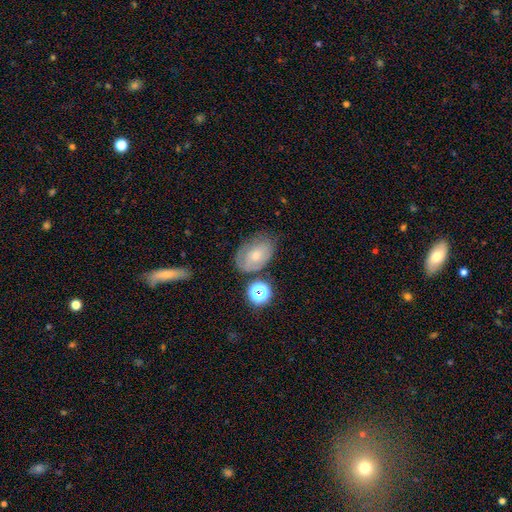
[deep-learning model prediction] smooth_or_featured: smooth (p=0.60) [alt: featured or disk p=0.28]
how_rounded: in between (p=0.81) [alt: round p=0.18]
merging: none (p=0.60) [alt: minor disturbance p=0.24]